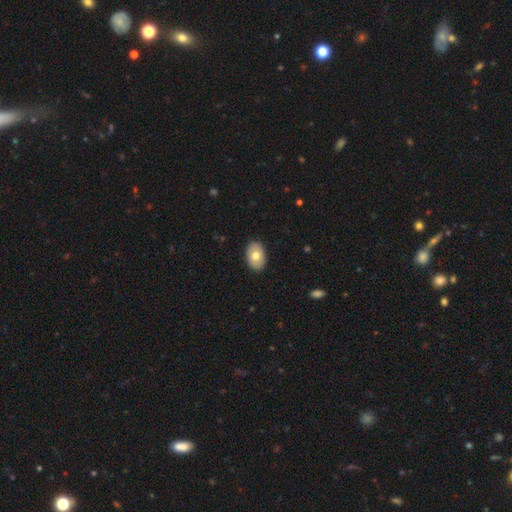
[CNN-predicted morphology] smooth 73%, featured or disk 21%, star or artifact 6%. Down the decision tree: how rounded — in between (88%); merging — none (89%).